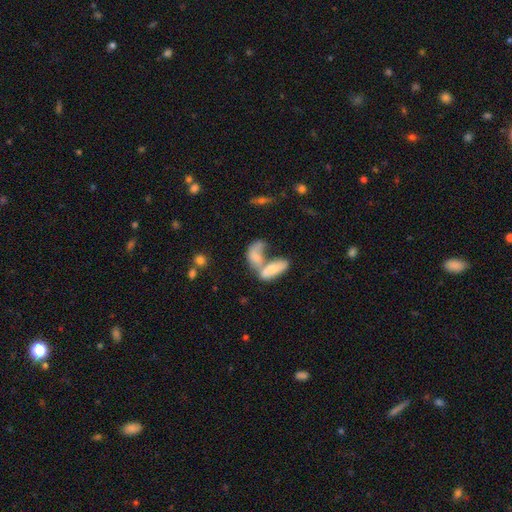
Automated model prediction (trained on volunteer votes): This is likely a smooth galaxy (63%). How rounded: clearly in between (84%). Merging: likely merger (72%).